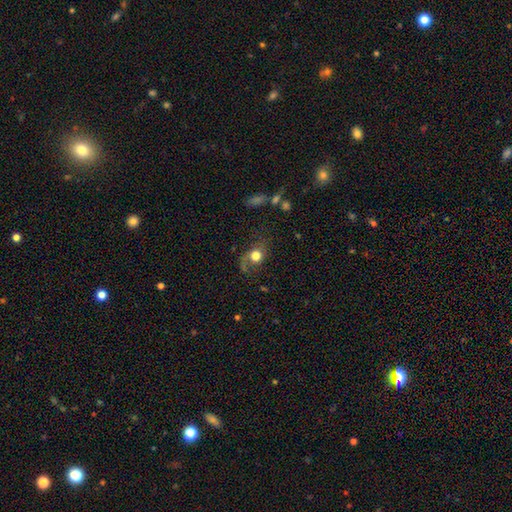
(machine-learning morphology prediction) Smooth or featured?
  - smooth: 58% *
  - featured or disk: 32%
  - star or artifact: 11%
How rounded?
  - round: 61% *
  - in between: 37%
  - cigar-shaped: 2%
Merging?
  - none: 52% *
  - major disturbance: 23%
  - minor disturbance: 22%
  - merger: 3%